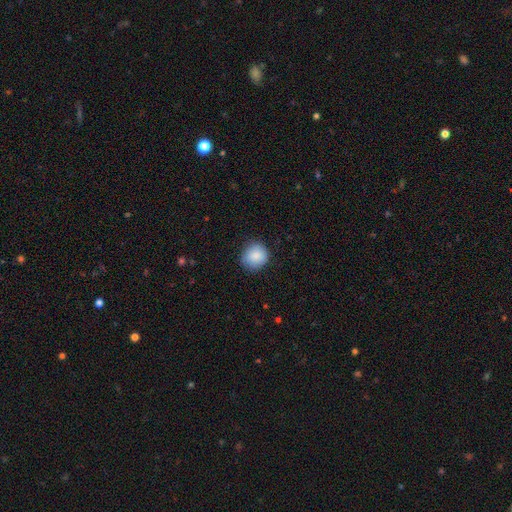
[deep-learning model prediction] Q: Smooth or featured?
A: smooth (87%); runner-up: star or artifact (8%)
Q: How rounded?
A: round (87%); runner-up: in between (12%)
Q: Merging?
A: none (82%); runner-up: minor disturbance (14%)